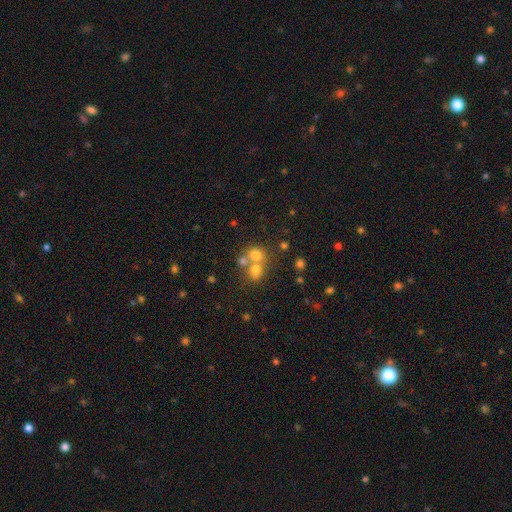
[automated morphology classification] type=smooth (66%); roundness=round (73%); merging=merger (51%).